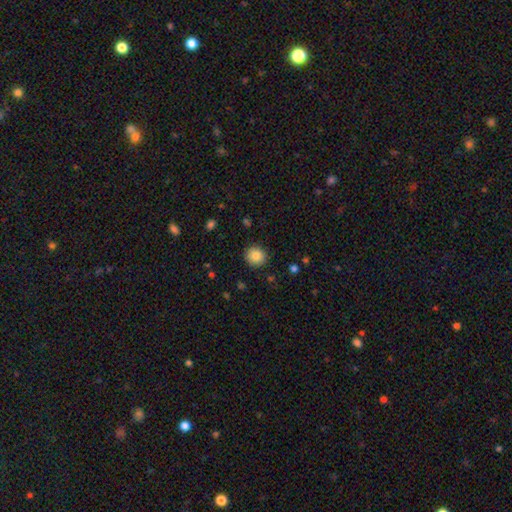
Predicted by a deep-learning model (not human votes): Smooth or featured? Predicted: smooth (p=0.86). How rounded? Predicted: round (p=0.89). Merging? Predicted: none (p=0.90).